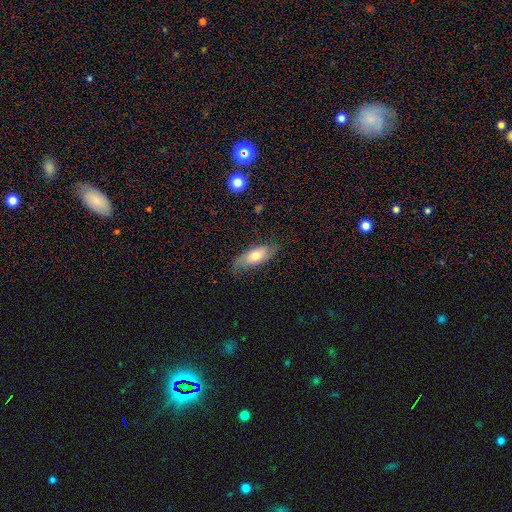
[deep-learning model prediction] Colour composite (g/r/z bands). It shows a featured or disk galaxy (52%). Merging: none (71%).